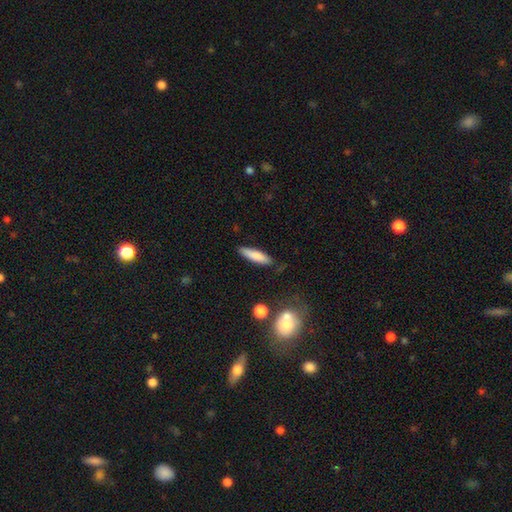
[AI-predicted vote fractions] smooth-or-featured: smooth: 80% | featured or disk: 13% | star or artifact: 7%
  how-rounded: cigar-shaped: 74% | in between: 24% | round: 2%
  merging: none: 82% | minor disturbance: 13% | major disturbance: 3% | merger: 2%